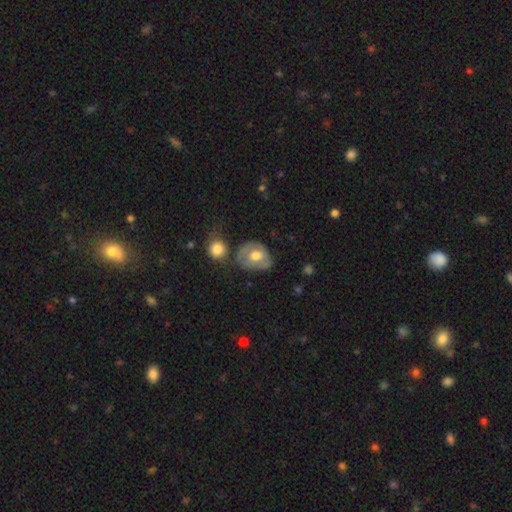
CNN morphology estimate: Smooth or featured? smooth (55%)
How rounded? in between (54%)
Merging? none (47%)